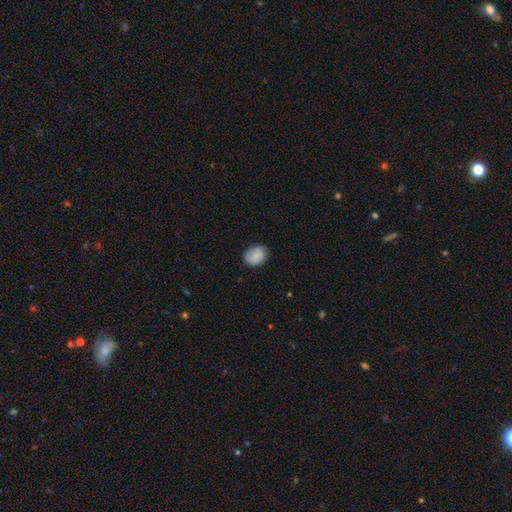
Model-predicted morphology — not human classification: Smooth or featured?
  - smooth: 85% *
  - featured or disk: 8%
  - star or artifact: 7%
How rounded?
  - in between: 56% *
  - round: 43%
  - cigar-shaped: 1%
Merging?
  - none: 83% *
  - minor disturbance: 13%
  - major disturbance: 3%
  - merger: 1%